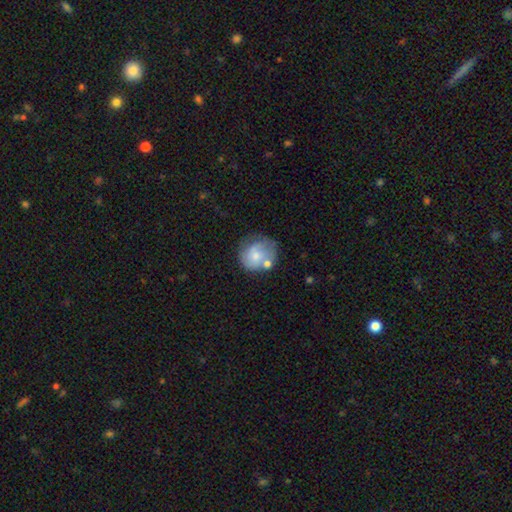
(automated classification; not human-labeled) Smooth or featured: smooth — 58% (featured or disk — 35%)
How rounded: round — 80% (in between — 19%)
Merging: none — 47% (minor disturbance — 24%)